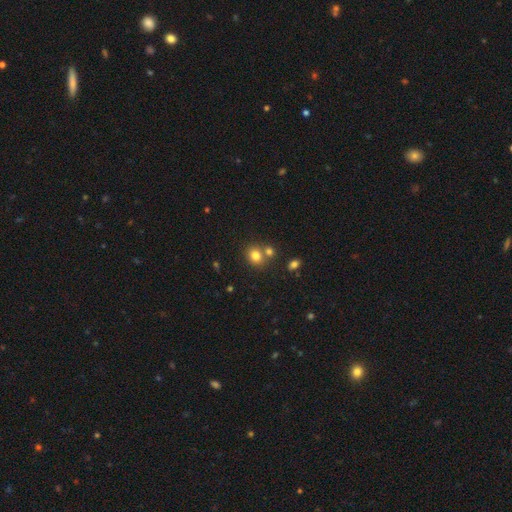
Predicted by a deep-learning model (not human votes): Q: Smooth or featured?
A: smooth (79%); runner-up: star or artifact (13%)
Q: How rounded?
A: round (73%); runner-up: in between (27%)
Q: Merging?
A: none (61%); runner-up: merger (27%)